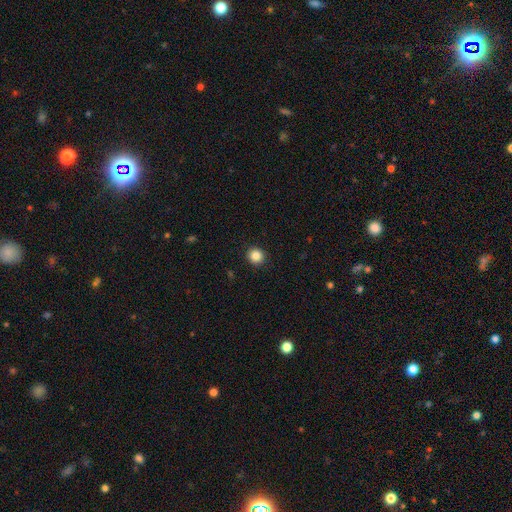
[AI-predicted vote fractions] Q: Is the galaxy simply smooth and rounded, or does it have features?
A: smooth — 86%.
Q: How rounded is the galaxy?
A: round — 91%.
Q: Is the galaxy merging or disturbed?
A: none — 92%.